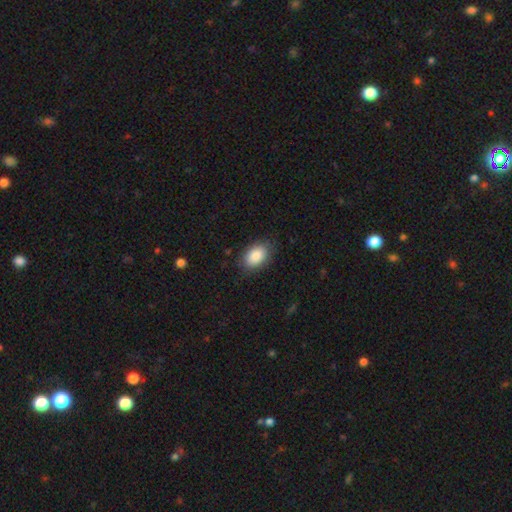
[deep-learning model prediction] Smooth or featured? Predicted: smooth (p=0.87). How rounded? Predicted: in between (p=0.87). Merging? Predicted: none (p=0.81).